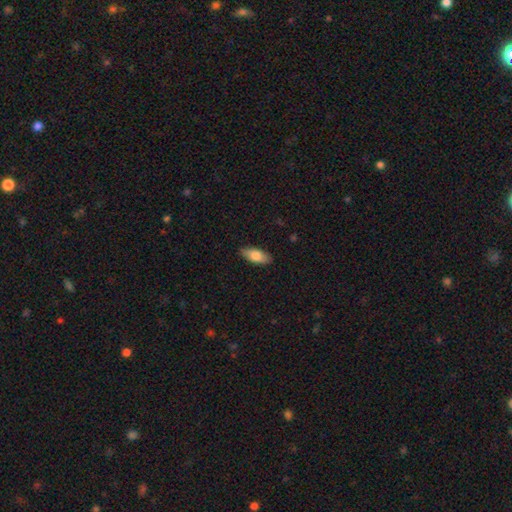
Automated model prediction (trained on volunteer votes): smooth 77%, featured or disk 17%, star or artifact 6%. Down the decision tree: how rounded — in between (83%); merging — none (87%).